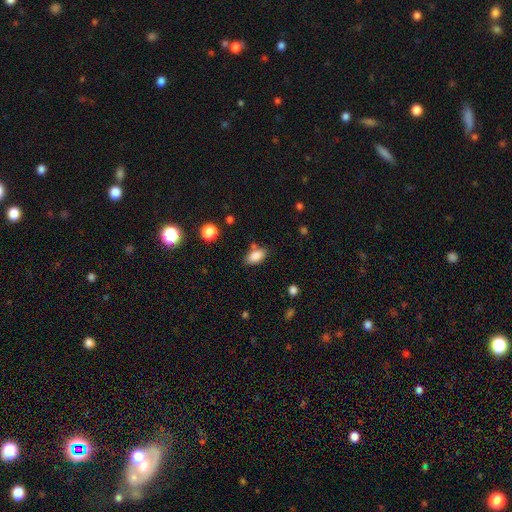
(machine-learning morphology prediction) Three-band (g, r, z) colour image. It shows a smooth galaxy with no disk features (85%) that is in between round and cigar-shaped (90%). Merging: none (74%).